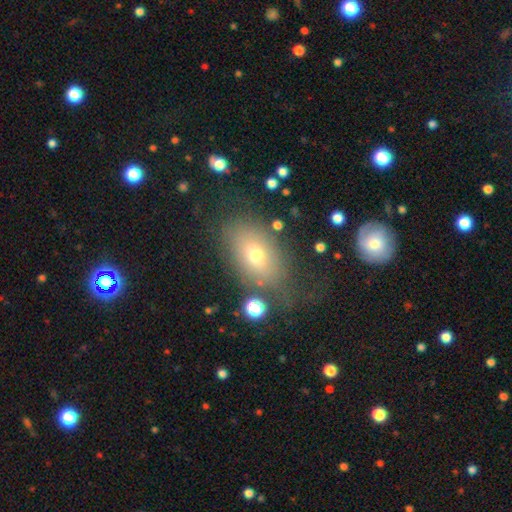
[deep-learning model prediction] A smooth galaxy with no disk features (64%) that is in between round and cigar-shaped (81%). Merging: none (60%).